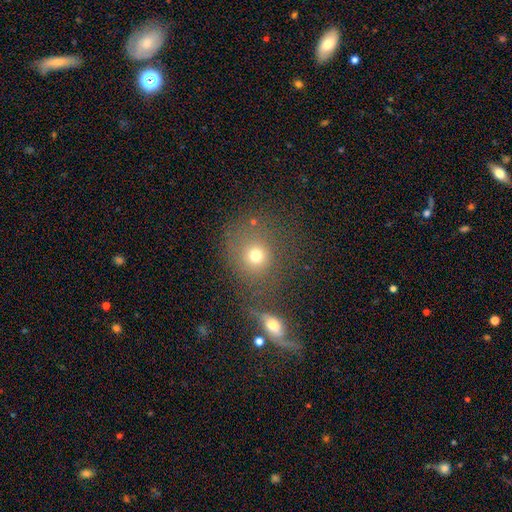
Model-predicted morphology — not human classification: The model was most divided on "merging": none: 62%, merger: 18%, minor disturbance: 12%, major disturbance: 8%. More confident: how rounded — round (79%); smooth or featured — smooth (71%).